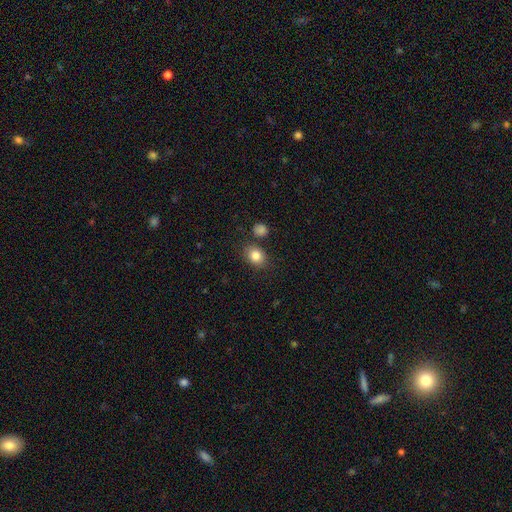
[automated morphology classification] smooth 83%, star or artifact 10%, featured or disk 7%. Down the decision tree: how rounded — in between (57%); merging — none (79%).